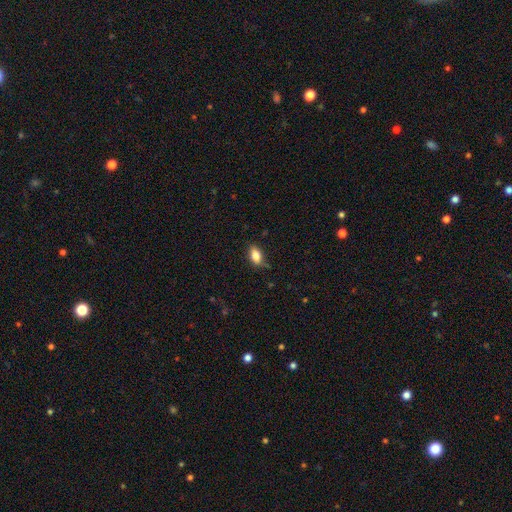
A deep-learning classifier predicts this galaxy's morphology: Smooth or featured?
  - smooth: 81% *
  - featured or disk: 11%
  - star or artifact: 8%
How rounded?
  - in between: 88% *
  - round: 7%
  - cigar-shaped: 5%
Merging?
  - none: 73% *
  - minor disturbance: 21%
  - major disturbance: 4%
  - merger: 2%